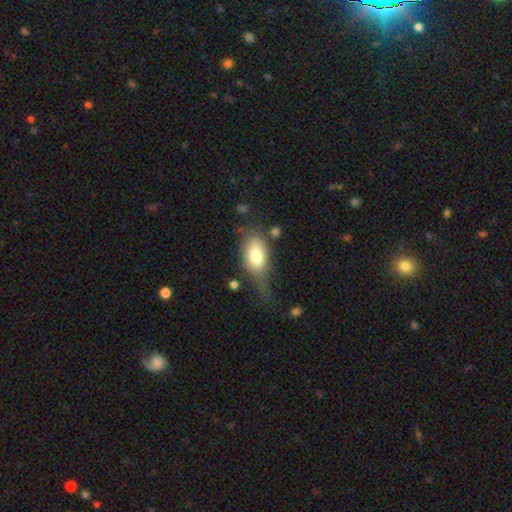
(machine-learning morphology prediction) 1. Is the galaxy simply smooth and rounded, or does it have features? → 76% smooth, 17% featured or disk, 7% star or artifact.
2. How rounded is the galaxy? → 89% in between, 7% cigar-shaped, 5% round.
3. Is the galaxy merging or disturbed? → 33% none (tied), 33% minor disturbance (tied), 27% major disturbance, 6% merger.